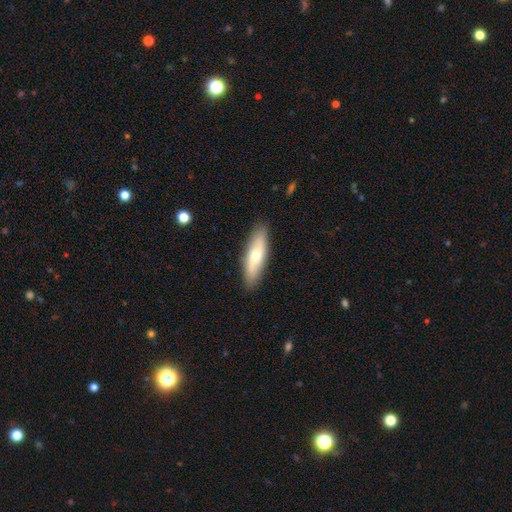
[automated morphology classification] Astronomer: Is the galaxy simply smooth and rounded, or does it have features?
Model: smooth — 63%.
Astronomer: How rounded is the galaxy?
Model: cigar-shaped — 59% (runner-up: in between, 39%).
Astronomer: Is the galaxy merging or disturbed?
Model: none — 88%.